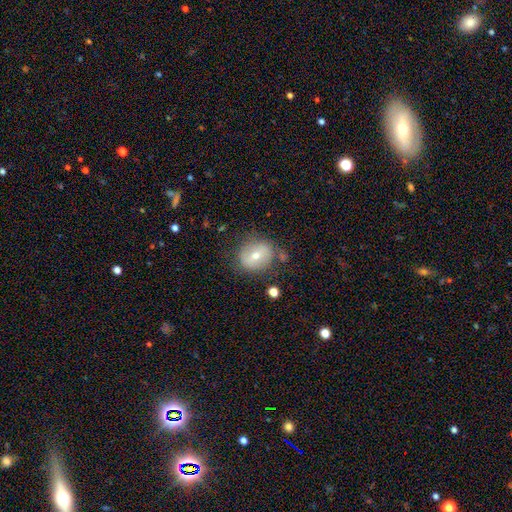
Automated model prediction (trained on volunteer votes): Smooth or featured? smooth (52%)
How rounded? round (68%)
Merging? none (73%)